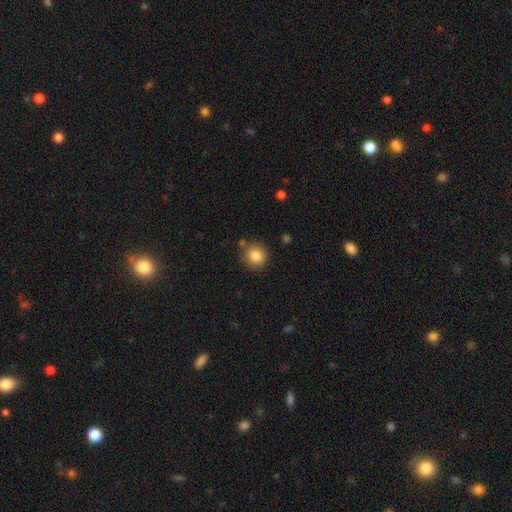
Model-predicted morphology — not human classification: Smooth or featured: smooth — 84% (star or artifact — 10%)
How rounded: round — 86% (in between — 13%)
Merging: none — 79% (minor disturbance — 13%)